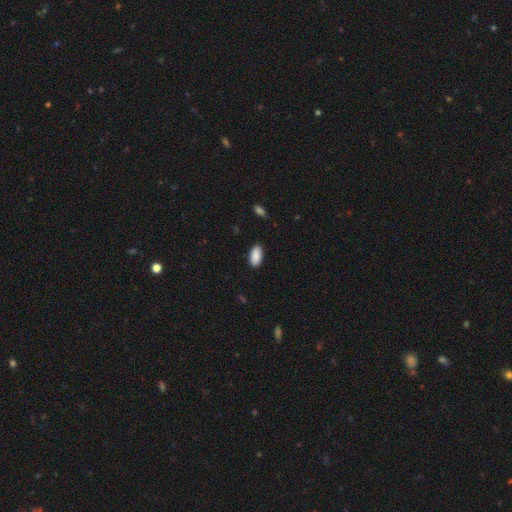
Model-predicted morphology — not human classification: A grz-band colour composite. It shows a smooth galaxy with no disk features (90%) that is in between round and cigar-shaped (93%). Merging: none (87%).